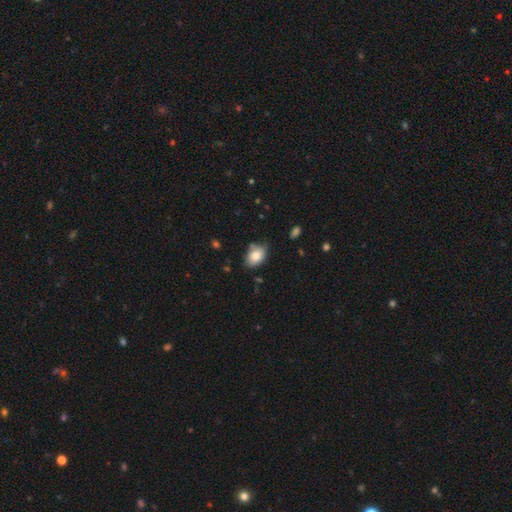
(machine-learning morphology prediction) This appears to be a smooth galaxy with no disk features (82%) that is in between round and cigar-shaped (80%). Merging: none (68%).